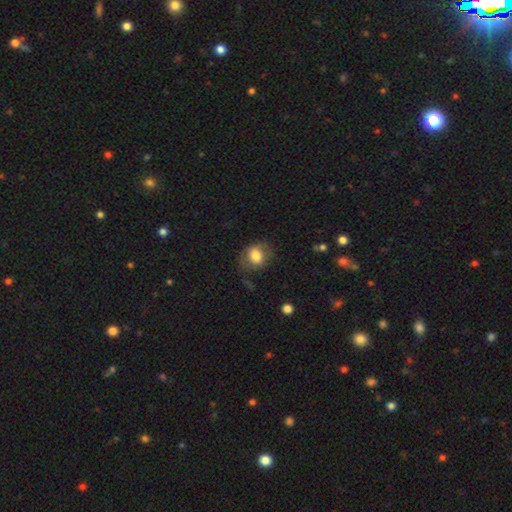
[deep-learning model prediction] A smooth galaxy with no disk features (75%) that is round (57%).

Vote fractions:
- Smooth or featured? smooth: 75% / featured or disk: 17% / star or artifact: 8%
- How rounded? round: 57% / in between: 42% / cigar-shaped: 1%
- Merging? none: 61% / minor disturbance: 23% / major disturbance: 14% / merger: 2%